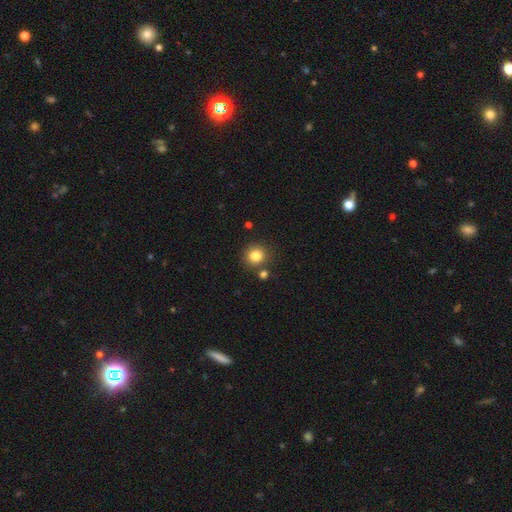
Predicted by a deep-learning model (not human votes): This is clearly a smooth galaxy (83%). How rounded: clearly round (91%). Merging: likely none (79%).